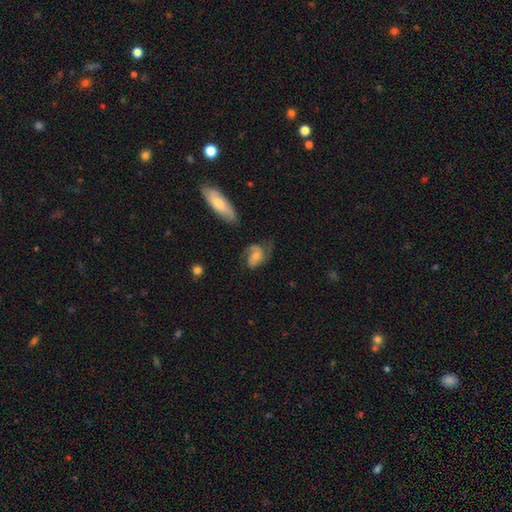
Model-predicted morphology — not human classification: smooth_or_featured: featured or disk (p=0.51) [alt: smooth p=0.40]
disk_edge_on: no (p=0.96) [alt: yes p=0.04]
merging: none (p=0.43) [alt: minor disturbance p=0.27]